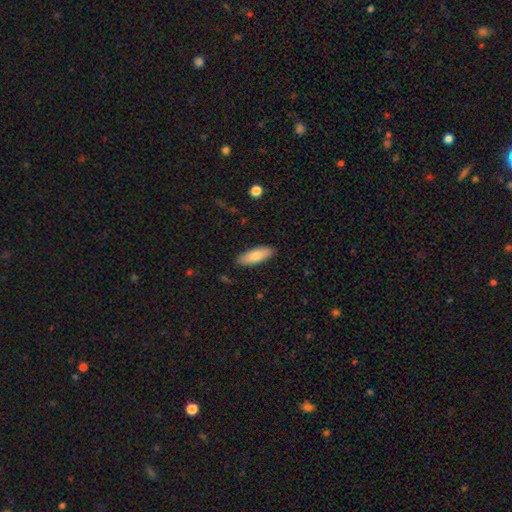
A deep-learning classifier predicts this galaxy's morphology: This appears to be a smooth galaxy with no disk features (79%) that is in between round and cigar-shaped (65%). Merging: none (87%).